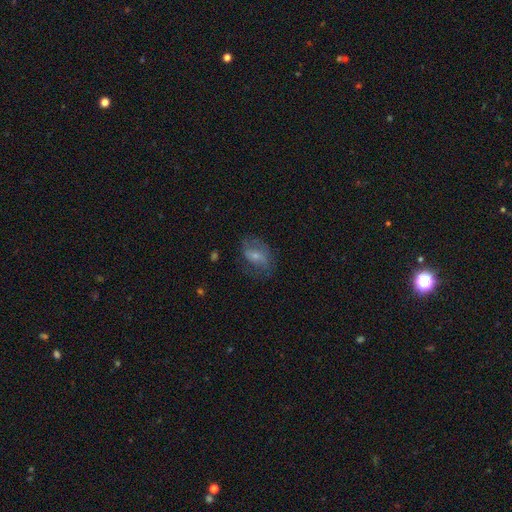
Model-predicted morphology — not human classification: featured or disk 47%, smooth 44%, star or artifact 9%. Down the decision tree: merging — none (61%).